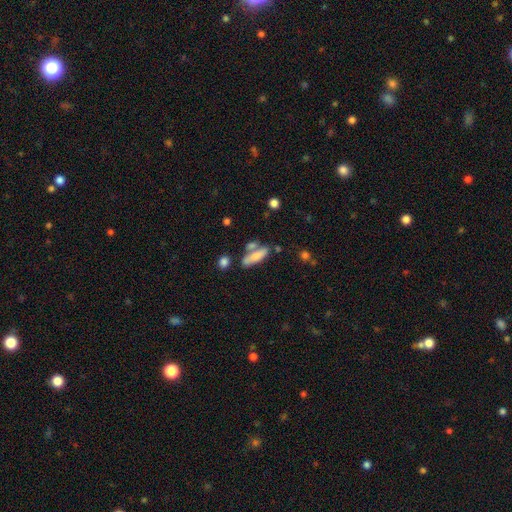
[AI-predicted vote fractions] smooth_or_featured: smooth (p=0.74) [alt: featured or disk p=0.19]
how_rounded: cigar-shaped (p=0.54) [alt: in between p=0.44]
merging: none (p=0.53) [alt: merger p=0.24]